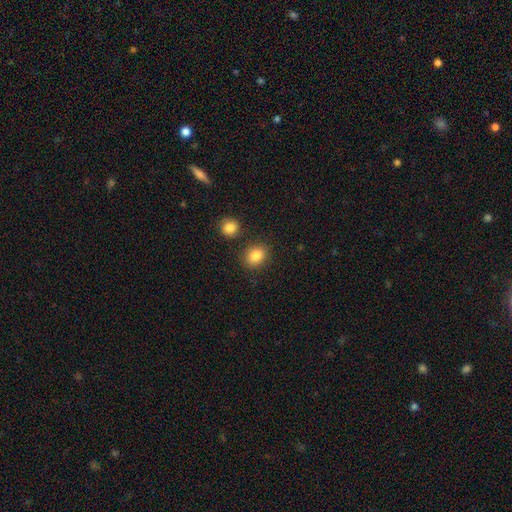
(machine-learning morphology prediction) This is clearly a smooth galaxy (85%). How rounded: possibly in between (51%). Merging: clearly none (82%).